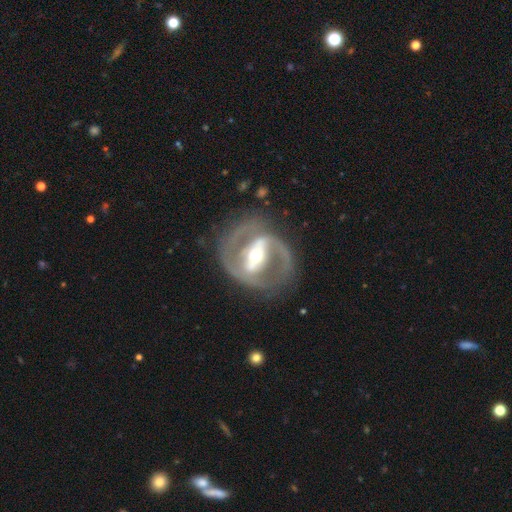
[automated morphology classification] smooth-or-featured: featured or disk: 88% | smooth: 8% | star or artifact: 5%
  disk-edge-on: no: 96% | yes: 4%
    bar: strong: 63% | weak: 24% | no: 13%
    has-spiral-arms: yes: 85% | no: 15%
      spiral-winding: medium: 53% | tight: 30% | loose: 17%
      spiral-arm-count: 2: 87% | can't tell: 5% | 1: 4% | 3: 2% | 4: 1% | more than 4: 1%
    bulge-size: moderate: 52% | small: 40% | large: 6% | dominant: 1% | none: 1%
  merging: none: 73% | minor disturbance: 14% | major disturbance: 10% | merger: 3%